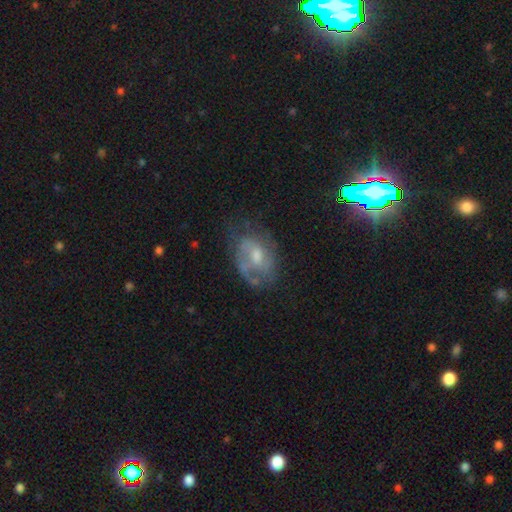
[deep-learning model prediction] This is likely a featured or disk galaxy (63%). It is clearly not viewed edge-on (96%). Bar: possibly no (57%). Spiral arm pattern: likely yes (63%). Central bulge: possibly moderate (55%). Merging: possibly none (49%).